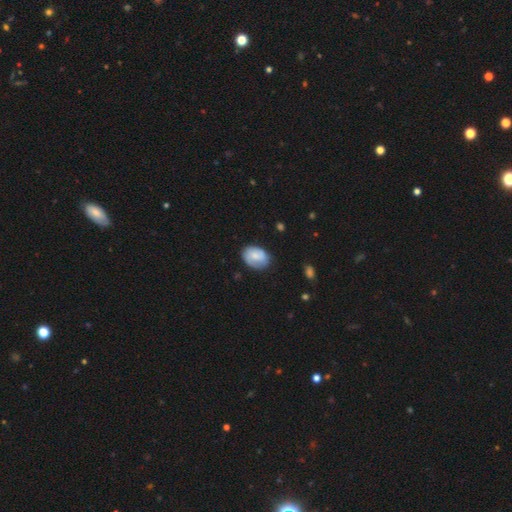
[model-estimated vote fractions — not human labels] This appears to be a smooth galaxy with no disk features (63%) that is in between round and cigar-shaped (73%). Merging: none (72%).